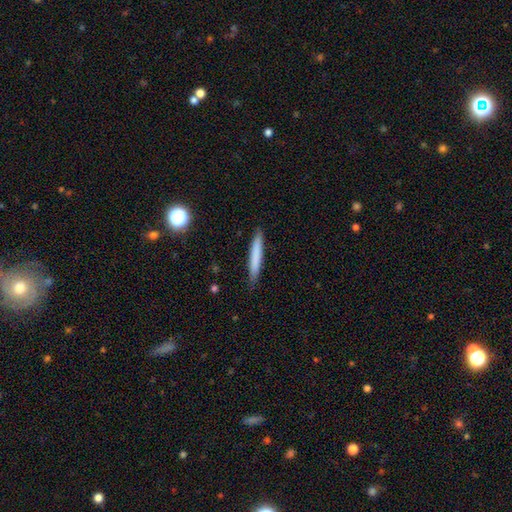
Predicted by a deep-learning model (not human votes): smooth_or_featured: smooth (p=0.74) [alt: featured or disk p=0.19]
how_rounded: cigar-shaped (p=0.95) [alt: in between p=0.04]
merging: none (p=0.87) [alt: minor disturbance p=0.10]